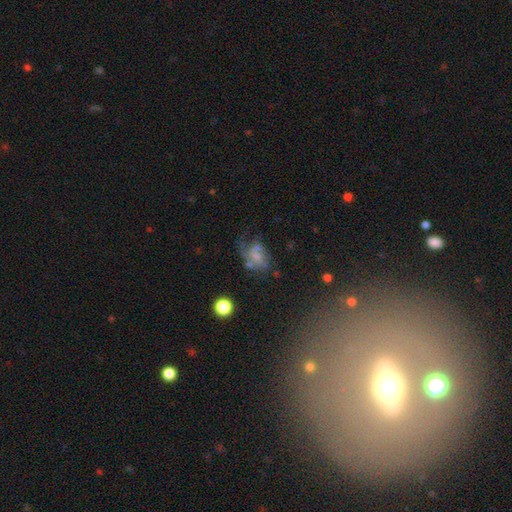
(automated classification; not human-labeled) The model was most divided on "merging": major disturbance: 37%, none: 31%, minor disturbance: 22%, merger: 10%. Remaining: smooth or featured — featured or disk (50%).